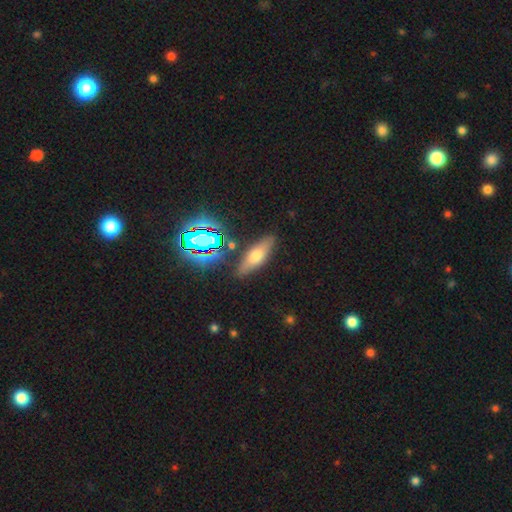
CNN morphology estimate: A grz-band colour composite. It shows a smooth galaxy with no disk features (52%) that is in between round and cigar-shaped (53%). Merging: none (84%).